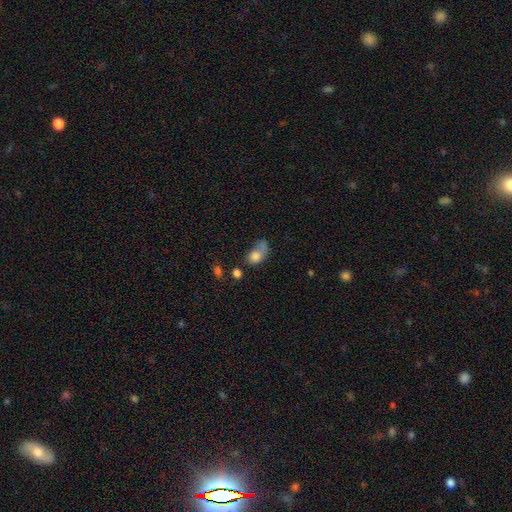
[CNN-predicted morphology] This is likely a smooth galaxy (73%). How rounded: likely in between (68%). Merging: marginally major disturbance (31%).